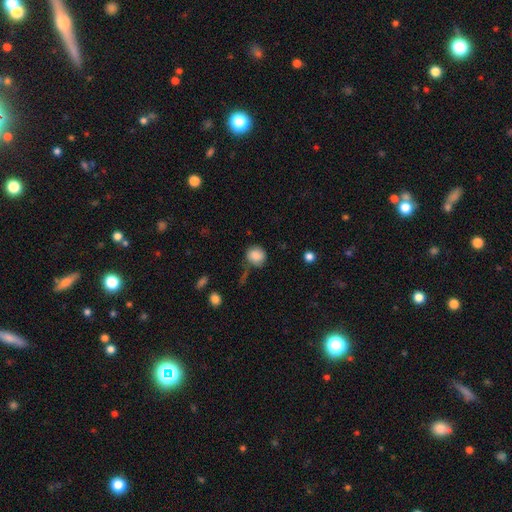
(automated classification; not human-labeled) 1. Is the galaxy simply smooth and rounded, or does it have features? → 86% smooth, 8% star or artifact, 6% featured or disk.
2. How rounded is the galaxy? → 80% round, 19% in between, 1% cigar-shaped.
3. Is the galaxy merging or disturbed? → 67% none, 21% minor disturbance, 7% major disturbance, 5% merger.